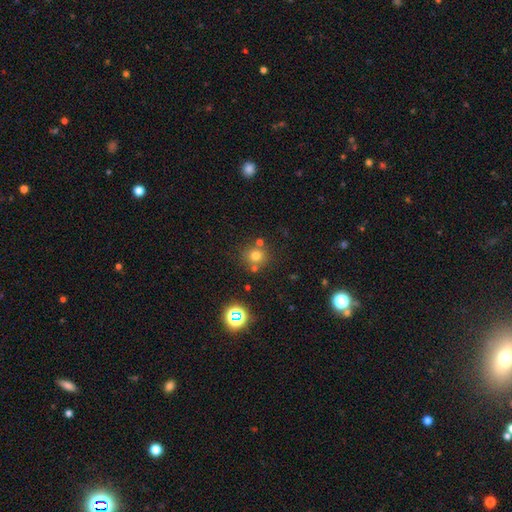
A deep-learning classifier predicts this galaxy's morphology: This appears to be a smooth galaxy with no disk features (71%) that is round (88%). Merging: none (70%).